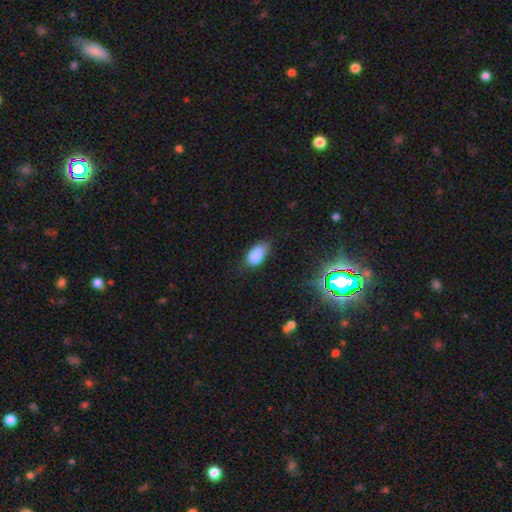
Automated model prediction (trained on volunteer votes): Overall: smooth (84%). How rounded: in between (92%). Merging: none (59%; minor disturbance 31%).